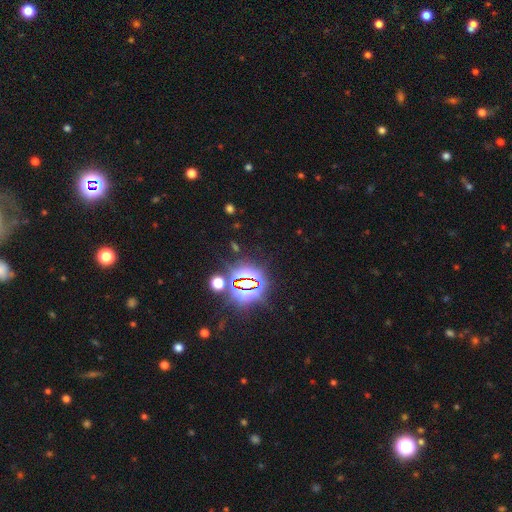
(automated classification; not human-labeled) star or artifact 80%, smooth 12%, featured or disk 8%.